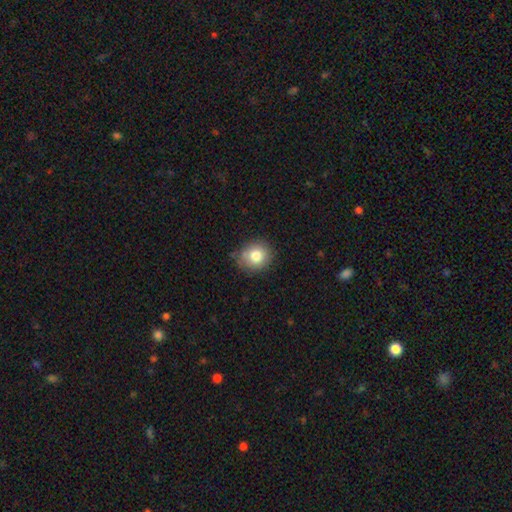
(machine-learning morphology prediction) Smooth or featured? smooth (81%)
How rounded? round (82%)
Merging? none (79%)